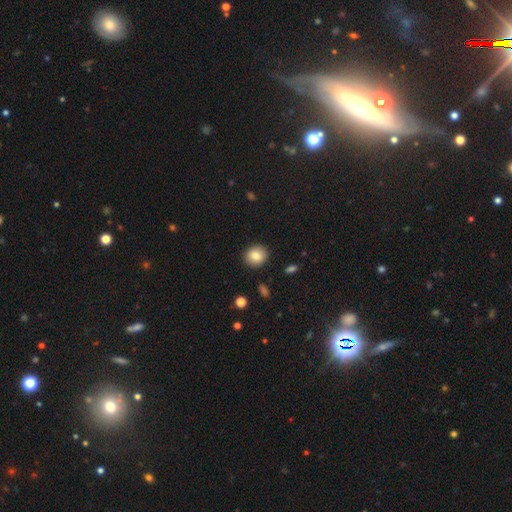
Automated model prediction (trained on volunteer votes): Overall: smooth (82%). How rounded: round (82%). Merging: none (91%).